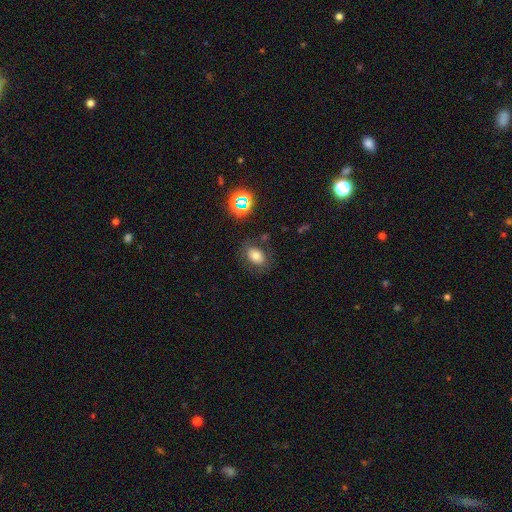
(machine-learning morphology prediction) Smooth or featured? Predicted: smooth (p=0.69). How rounded? Predicted: in between (p=0.74). Merging? Predicted: none (p=0.76).